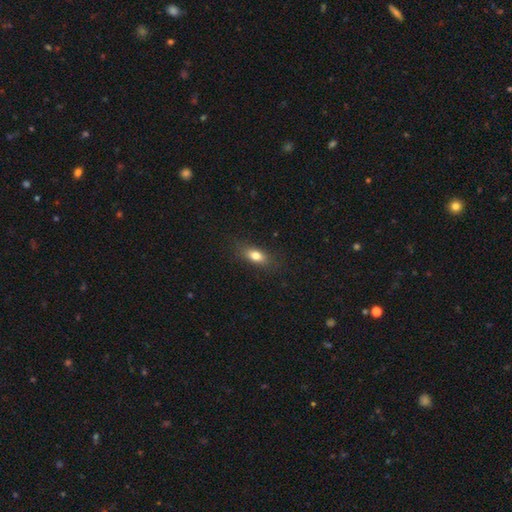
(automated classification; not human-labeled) smooth-or-featured: smooth: 78% | featured or disk: 13% | star or artifact: 9%
  how-rounded: in between: 76% | cigar-shaped: 16% | round: 8%
  merging: none: 82% | minor disturbance: 13% | major disturbance: 4% | merger: 1%